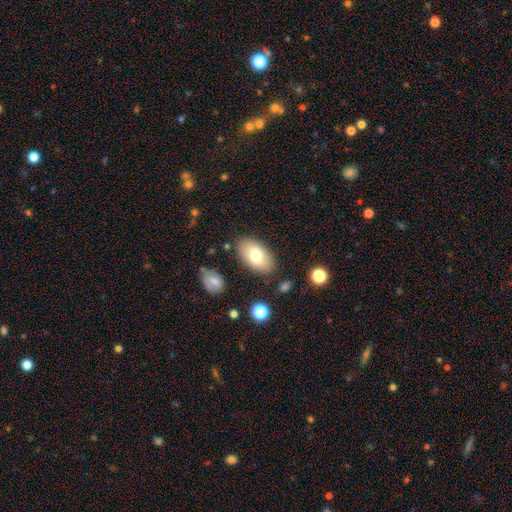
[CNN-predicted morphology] Overall: smooth (75%). How rounded: in between (94%). Merging: none (83%).